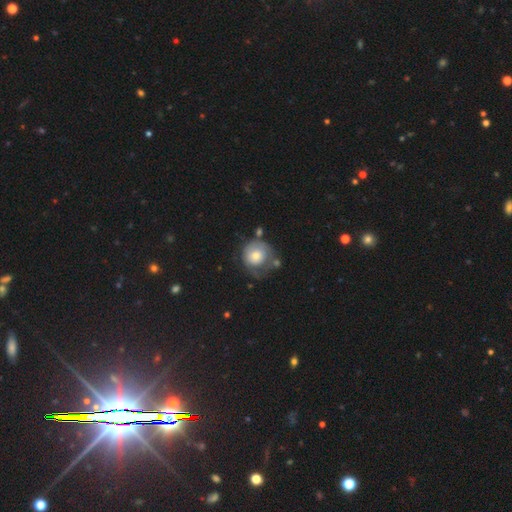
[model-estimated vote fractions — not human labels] Smooth or featured: smooth — 62% (featured or disk — 31%)
How rounded: round — 89% (in between — 10%)
Merging: none — 43% (minor disturbance — 27%)